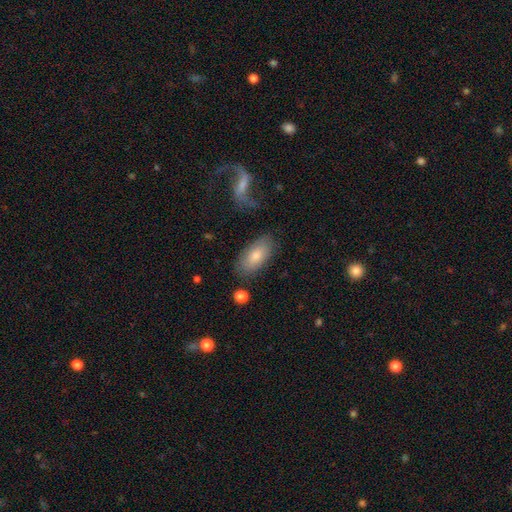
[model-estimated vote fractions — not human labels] This is likely a smooth galaxy (69%). How rounded: clearly in between (91%). Merging: likely none (79%).